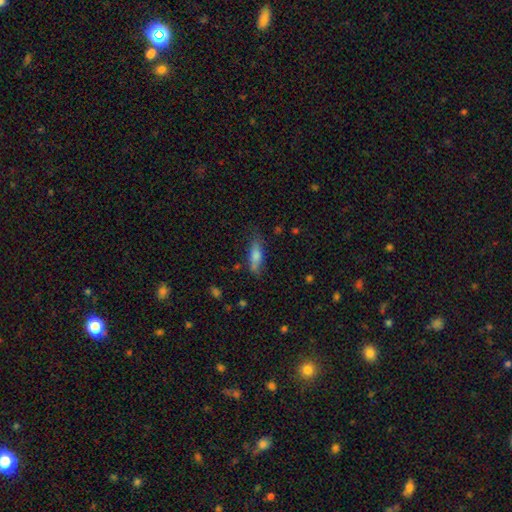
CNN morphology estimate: The model was most divided on "how rounded": cigar-shaped: 51%, in between: 46%, round: 2%. More confident: smooth or featured — smooth (72%); merging — none (65%).